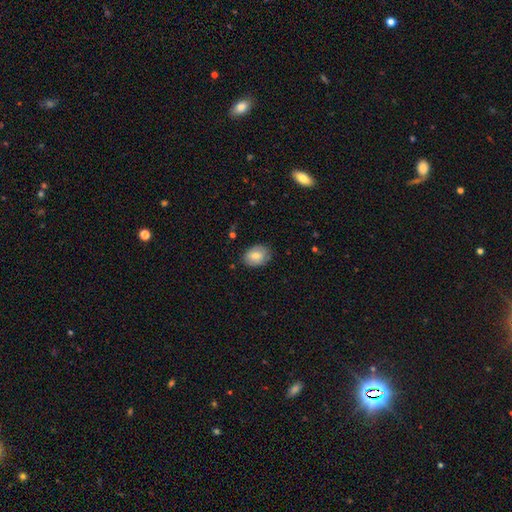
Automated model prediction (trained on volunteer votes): smooth-or-featured: smooth: 74% | featured or disk: 18% | star or artifact: 8%
  how-rounded: in between: 72% | round: 27% | cigar-shaped: 1%
  merging: none: 79% | minor disturbance: 16% | major disturbance: 3% | merger: 1%